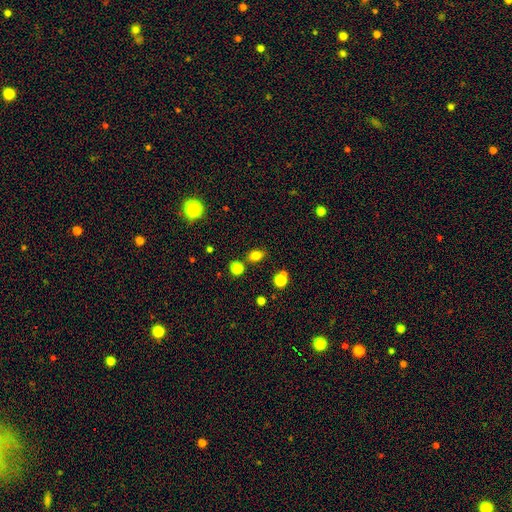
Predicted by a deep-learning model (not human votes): Smooth or featured?
  - smooth: 79% *
  - star or artifact: 15%
  - featured or disk: 6%
How rounded?
  - in between: 63% *
  - round: 35%
  - cigar-shaped: 2%
Merging?
  - none: 75% *
  - minor disturbance: 12%
  - merger: 9%
  - major disturbance: 4%